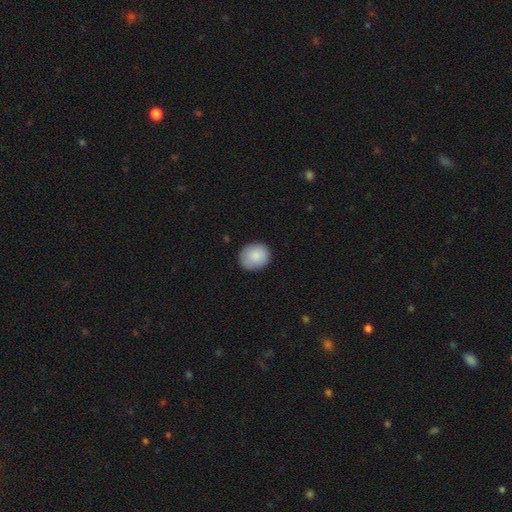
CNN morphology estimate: Smooth or featured? Predicted: smooth (p=0.88). How rounded? Predicted: round (p=0.68). Merging? Predicted: none (p=0.85).